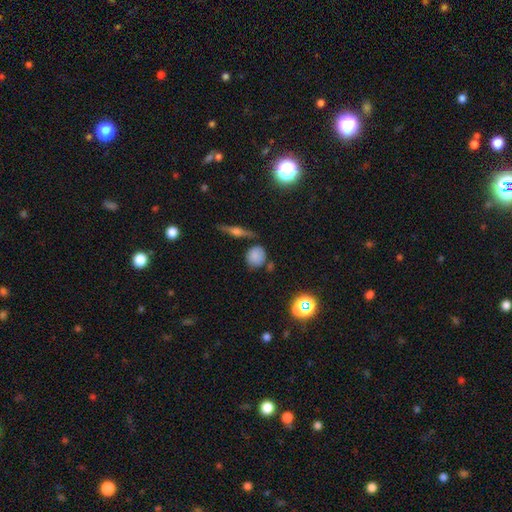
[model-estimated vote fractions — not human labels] smooth_or_featured: smooth (p=0.75) [alt: star or artifact p=0.14]
how_rounded: round (p=0.70) [alt: in between p=0.27]
merging: none (p=0.70) [alt: minor disturbance p=0.18]